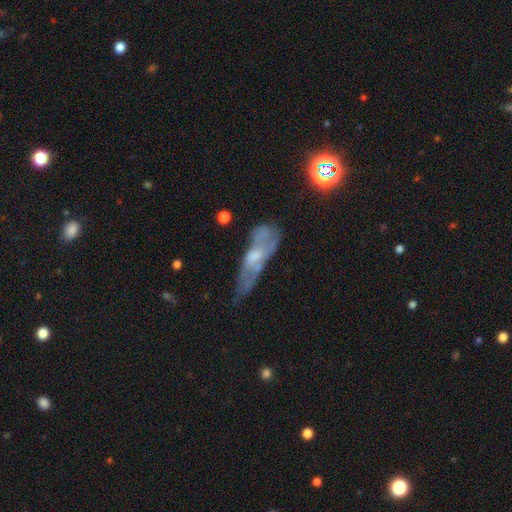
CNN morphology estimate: Smooth or featured: featured or disk — 54% (smooth — 35%)
Edge-on disk: no — 70% (yes — 30%)
Merging: none — 37% (major disturbance — 28%)